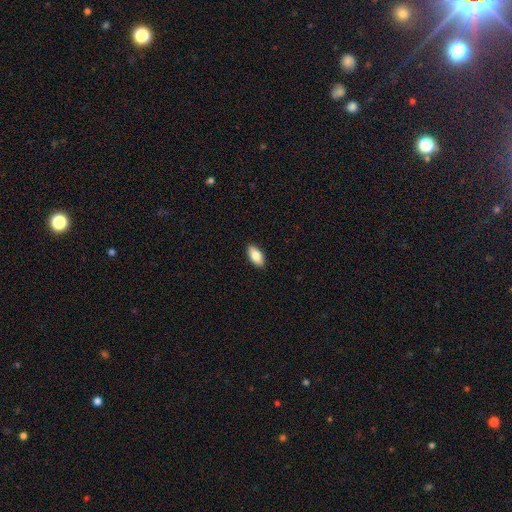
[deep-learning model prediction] This appears to be a smooth galaxy with no disk features (82%) that is in between round and cigar-shaped (90%). Merging: none (91%).